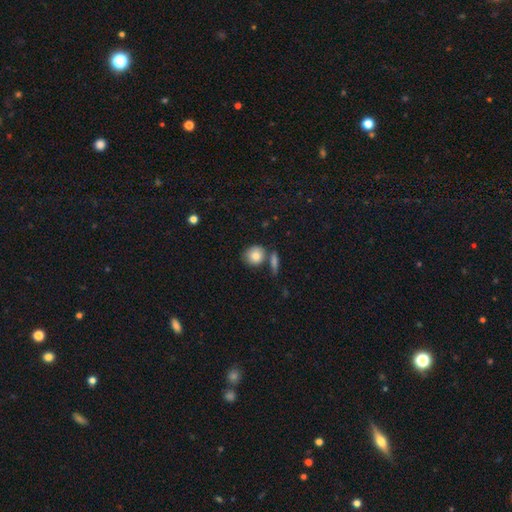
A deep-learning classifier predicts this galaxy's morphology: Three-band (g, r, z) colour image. It shows a smooth galaxy with no disk features (81%) that is round (77%). Merging: none (60%).